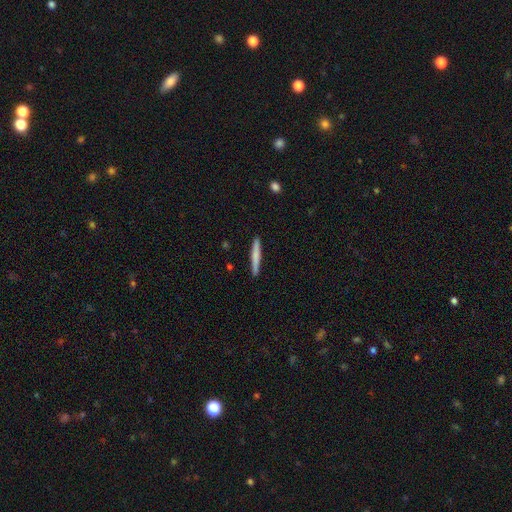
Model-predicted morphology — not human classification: Smooth or featured: smooth — 69% (featured or disk — 26%)
How rounded: cigar-shaped — 96% (in between — 3%)
Merging: none — 91% (minor disturbance — 6%)